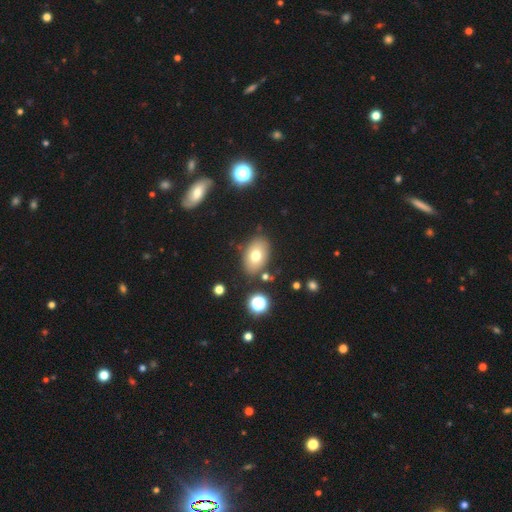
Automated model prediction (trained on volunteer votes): Smooth or featured? smooth (72%)
How rounded? in between (85%)
Merging? none (81%)